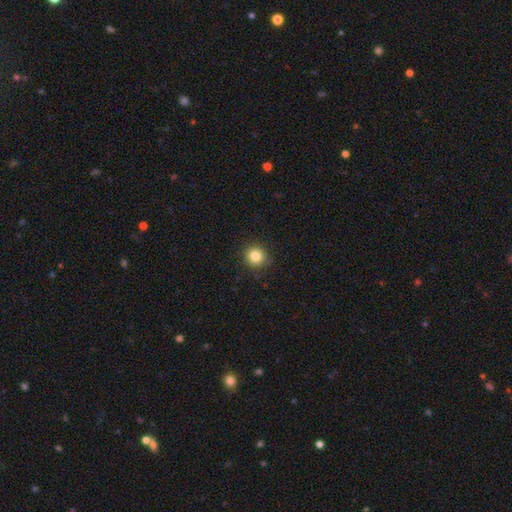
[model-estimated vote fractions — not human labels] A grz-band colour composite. It shows a smooth galaxy with no disk features (84%) that is round (92%). Merging: none (89%).